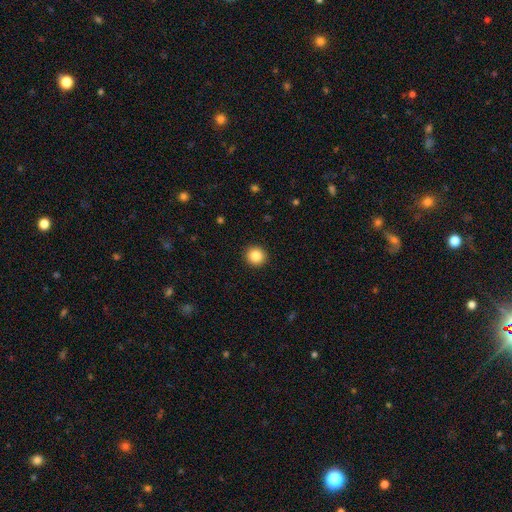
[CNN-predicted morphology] The model was most divided on "smooth or featured": smooth: 86%, star or artifact: 10%, featured or disk: 4%. More confident: how rounded — round (93%); merging — none (93%).